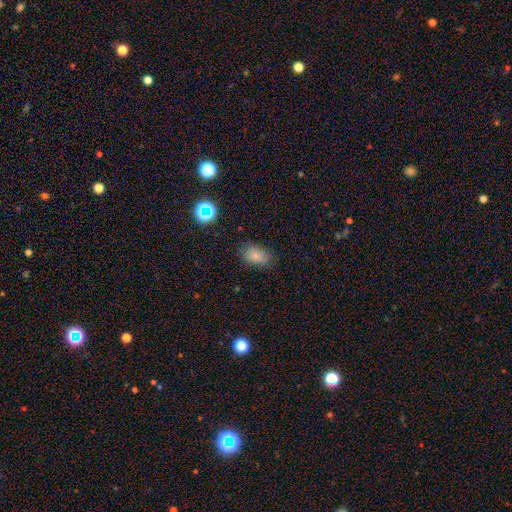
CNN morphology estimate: Smooth or featured? smooth (80%)
How rounded? in between (85%)
Merging? none (74%)